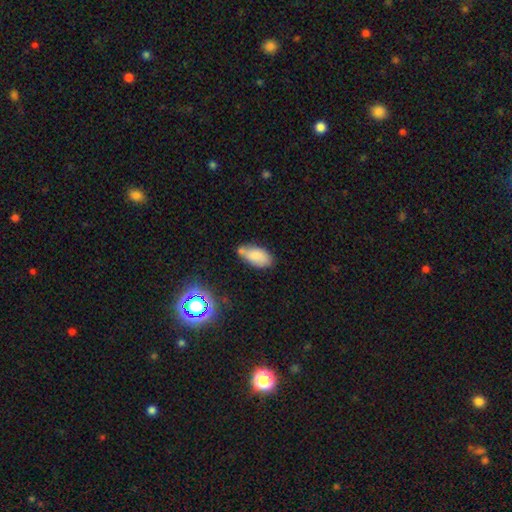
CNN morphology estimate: Smooth or featured? Predicted: smooth (p=0.78). How rounded? Predicted: in between (p=0.91). Merging? Predicted: none (p=0.54).